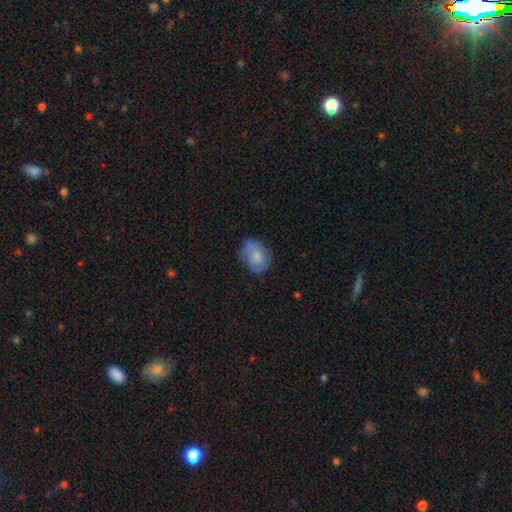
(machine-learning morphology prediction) Overall: smooth (56%; featured or disk 36%). How rounded: in between (54%; round 44%). Merging: none (53%; minor disturbance 28%).